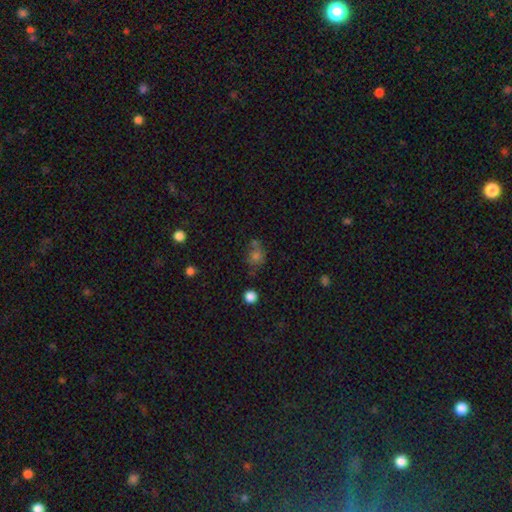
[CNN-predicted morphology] smooth-or-featured: smooth: 64% | star or artifact: 24% | featured or disk: 12%
  how-rounded: round: 73% | in between: 25% | cigar-shaped: 1%
  merging: none: 57% | merger: 20% | minor disturbance: 16% | major disturbance: 7%